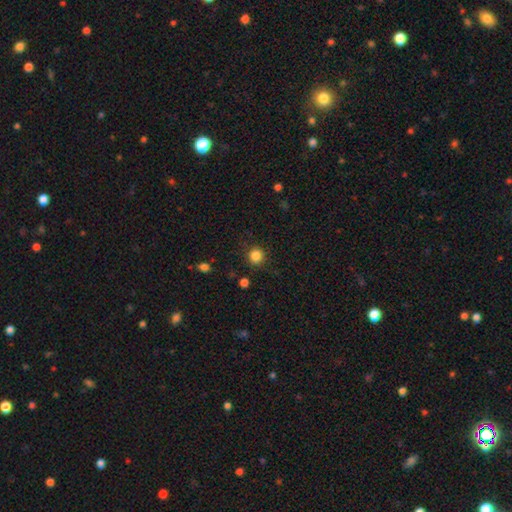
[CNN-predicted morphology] Q: Smooth or featured?
A: smooth (85%); runner-up: star or artifact (11%)
Q: How rounded?
A: round (91%); runner-up: in between (8%)
Q: Merging?
A: none (88%); runner-up: minor disturbance (8%)